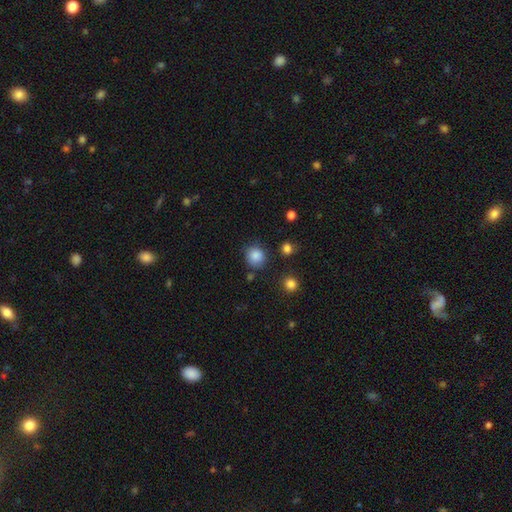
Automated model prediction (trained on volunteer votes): smooth_or_featured: smooth (p=0.85) [alt: star or artifact p=0.10]
how_rounded: round (p=0.86) [alt: in between p=0.13]
merging: none (p=0.81) [alt: minor disturbance p=0.12]